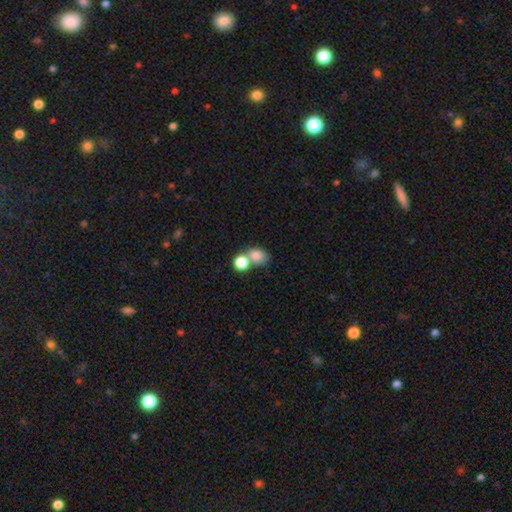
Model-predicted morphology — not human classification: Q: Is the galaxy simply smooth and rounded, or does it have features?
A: smooth — 80%.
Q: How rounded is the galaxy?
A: in between — 50%.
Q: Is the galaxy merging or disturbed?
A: merger — 47%.